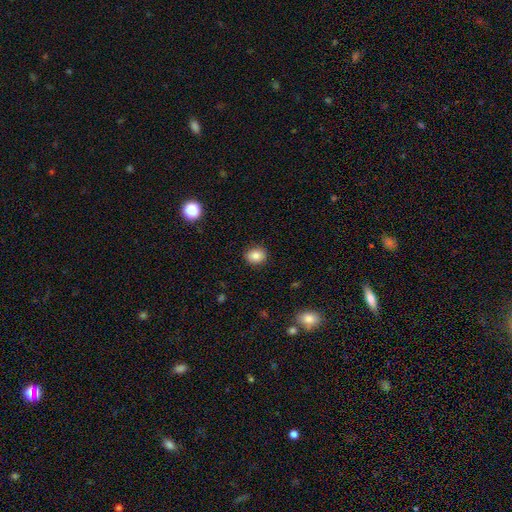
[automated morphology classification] smooth_or_featured: smooth (p=0.83) [alt: star or artifact p=0.10]
how_rounded: round (p=0.59) [alt: in between p=0.40]
merging: none (p=0.89) [alt: minor disturbance p=0.08]